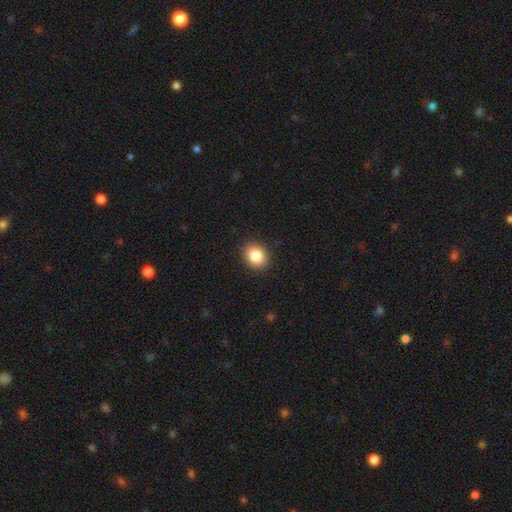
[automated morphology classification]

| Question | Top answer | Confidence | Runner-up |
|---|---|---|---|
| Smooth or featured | smooth | 86% | star or artifact (9%) |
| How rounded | in between | 55% | round (45%) |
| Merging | none | 90% | minor disturbance (7%) |